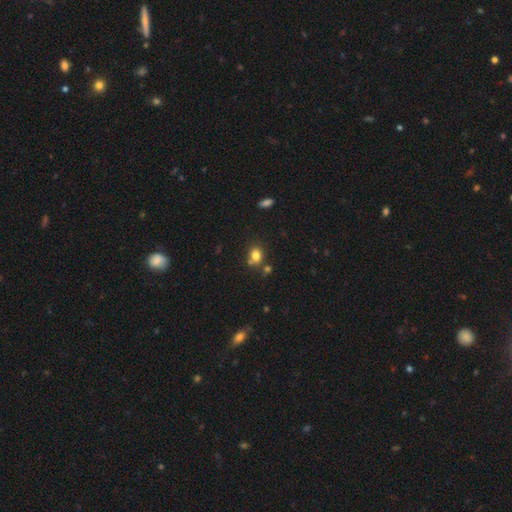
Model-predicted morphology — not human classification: Smooth or featured?
  - smooth: 80% *
  - star or artifact: 13%
  - featured or disk: 8%
How rounded?
  - round: 58% *
  - in between: 41%
  - cigar-shaped: 1%
Merging?
  - none: 65% *
  - merger: 18%
  - minor disturbance: 13%
  - major disturbance: 4%